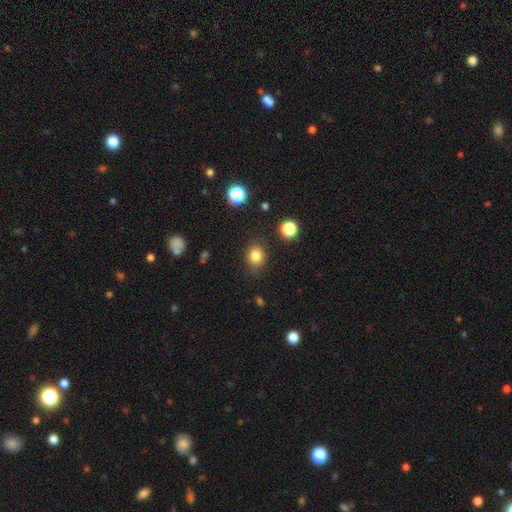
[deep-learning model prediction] Morphology: type=smooth (82%); roundness=round (69%); merging=none (82%).